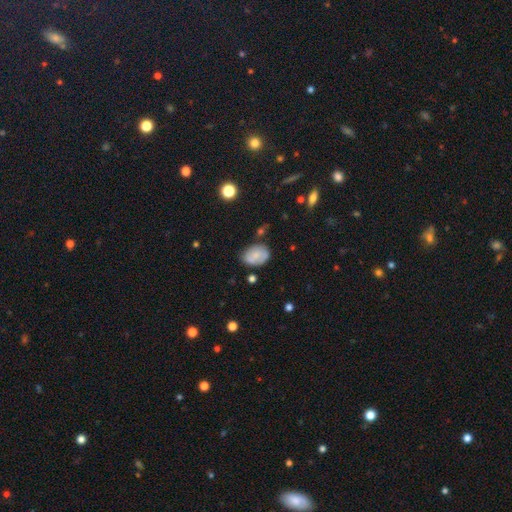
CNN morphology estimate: Smooth or featured?
  - smooth: 66% *
  - featured or disk: 25%
  - star or artifact: 9%
How rounded?
  - in between: 77% *
  - round: 21%
  - cigar-shaped: 1%
Merging?
  - none: 67% *
  - minor disturbance: 22%
  - major disturbance: 6%
  - merger: 5%